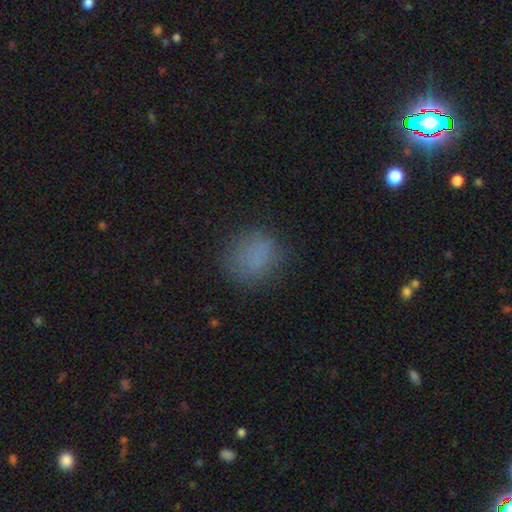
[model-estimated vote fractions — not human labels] smooth 78%, star or artifact 15%, featured or disk 8%. Down the decision tree: how rounded — round (74%); merging — none (78%).